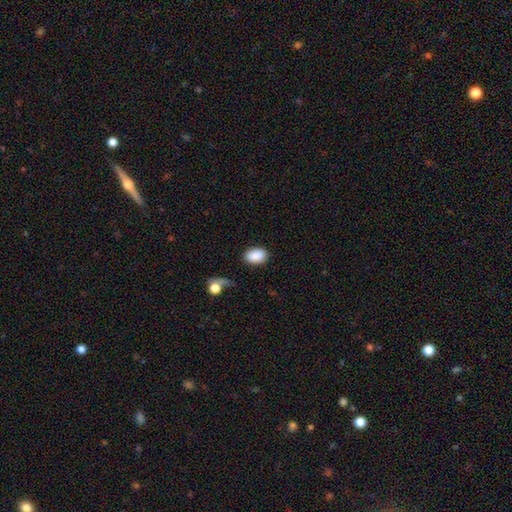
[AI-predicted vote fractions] Smooth or featured? smooth (88%)
How rounded? in between (85%)
Merging? none (81%)